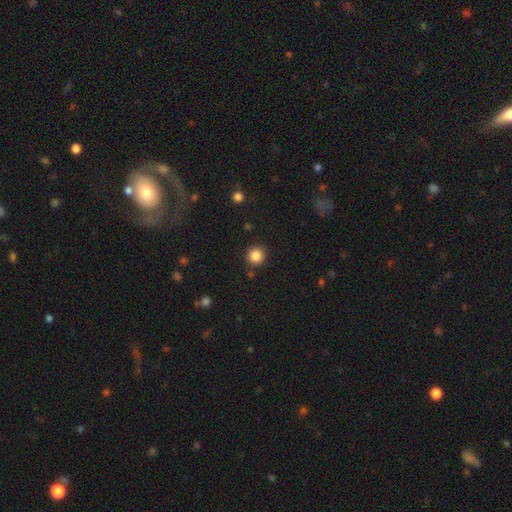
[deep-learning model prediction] Smooth or featured? smooth (86%)
How rounded? round (94%)
Merging? none (89%)